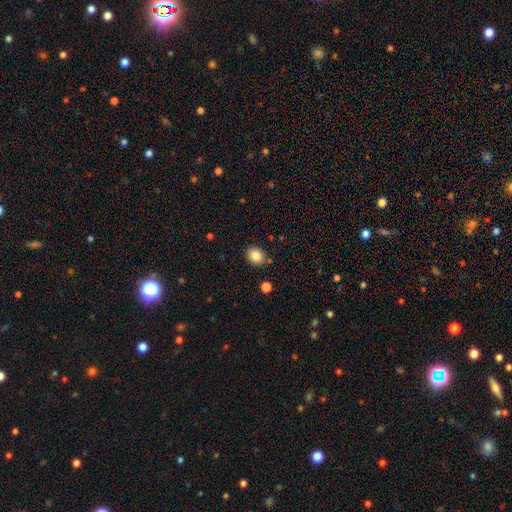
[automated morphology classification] A smooth galaxy with no disk features (83%) that is round (61%).

Vote fractions:
- Smooth or featured? smooth: 83% / star or artifact: 10% / featured or disk: 7%
- How rounded? round: 61% / in between: 38% / cigar-shaped: 1%
- Merging? none: 84% / minor disturbance: 10% / merger: 3% / major disturbance: 2%